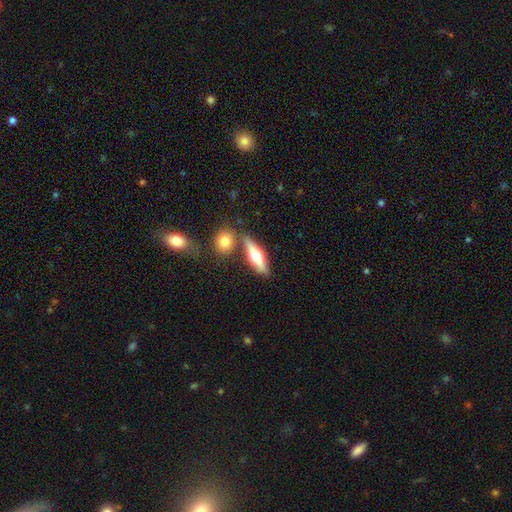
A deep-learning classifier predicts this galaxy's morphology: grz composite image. It shows a smooth galaxy with no disk features (50%) that is cigar-shaped (55%). Merging: none (66%).